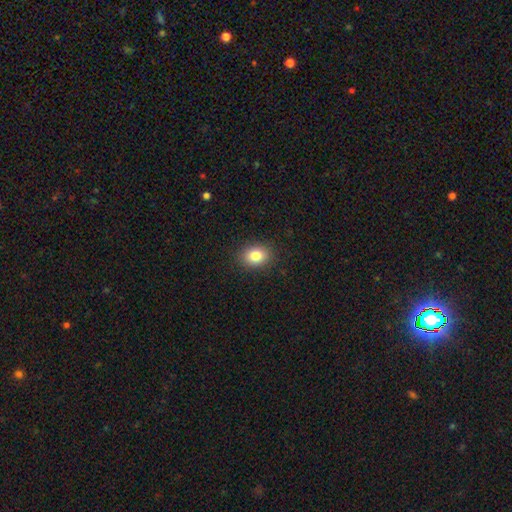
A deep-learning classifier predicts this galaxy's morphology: A smooth galaxy with no disk features (83%) that is in between round and cigar-shaped (60%). Merging: none (89%).